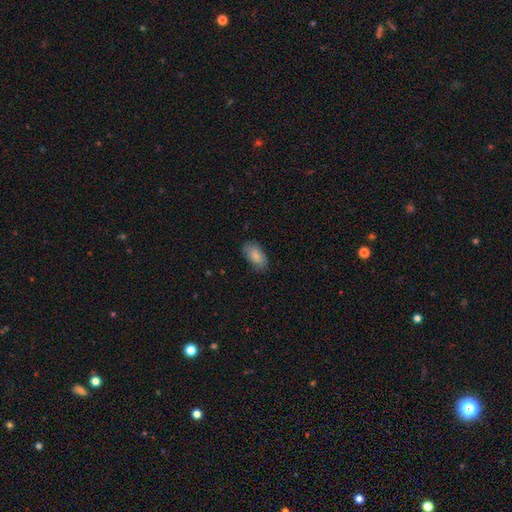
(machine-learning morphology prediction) Smooth or featured?
  - smooth: 83% *
  - featured or disk: 11%
  - star or artifact: 7%
How rounded?
  - in between: 93% *
  - round: 4%
  - cigar-shaped: 3%
Merging?
  - none: 78% *
  - minor disturbance: 18%
  - major disturbance: 4%
  - merger: 1%